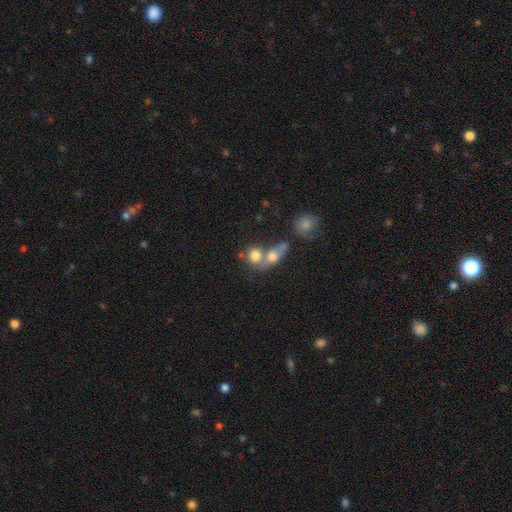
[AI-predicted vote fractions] Q: Smooth or featured?
A: smooth (75%); runner-up: featured or disk (15%)
Q: How rounded?
A: round (66%); runner-up: in between (31%)
Q: Merging?
A: merger (56%); runner-up: none (31%)